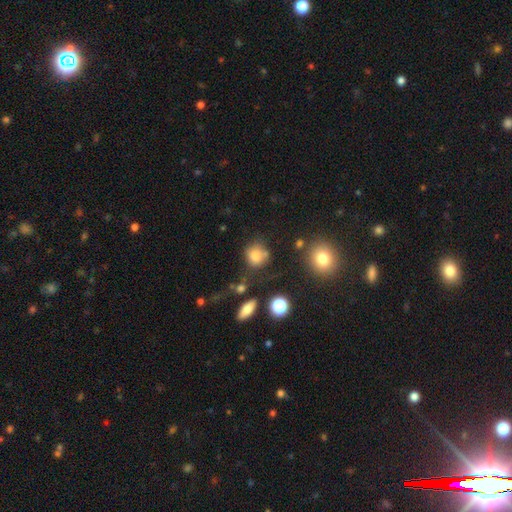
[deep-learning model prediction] Smooth or featured: smooth — 77% (star or artifact — 13%)
How rounded: round — 78% (in between — 21%)
Merging: none — 59% (minor disturbance — 20%)